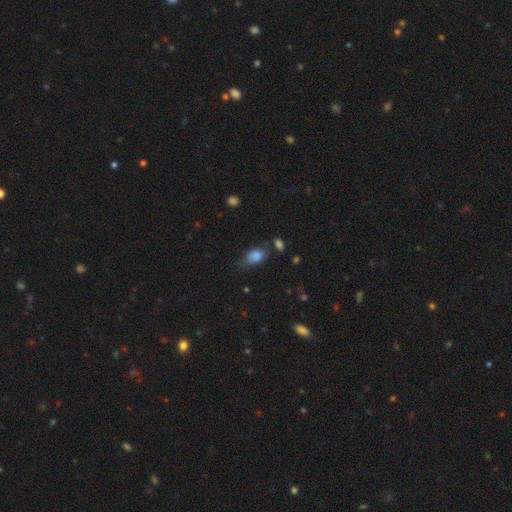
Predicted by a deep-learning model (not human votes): Morphology: type=smooth (84%); roundness=in between (81%); merging=none (54%).